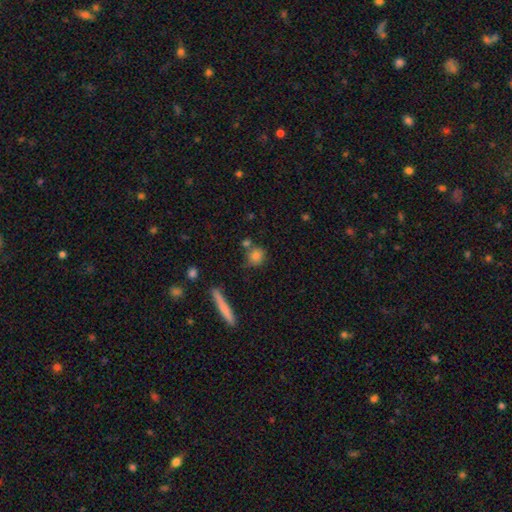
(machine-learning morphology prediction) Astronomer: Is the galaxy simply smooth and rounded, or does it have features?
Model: smooth — 79%.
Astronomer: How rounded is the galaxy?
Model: round — 78%.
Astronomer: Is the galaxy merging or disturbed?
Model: none — 64%.